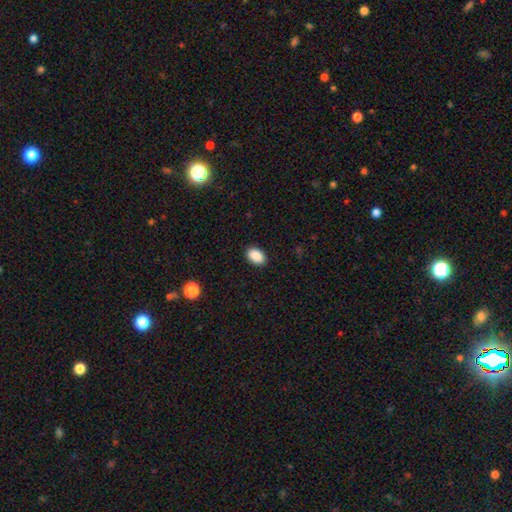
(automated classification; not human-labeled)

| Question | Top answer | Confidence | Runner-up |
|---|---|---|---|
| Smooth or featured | smooth | 89% | star or artifact (8%) |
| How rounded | in between | 88% | round (11%) |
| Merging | none | 90% | minor disturbance (7%) |